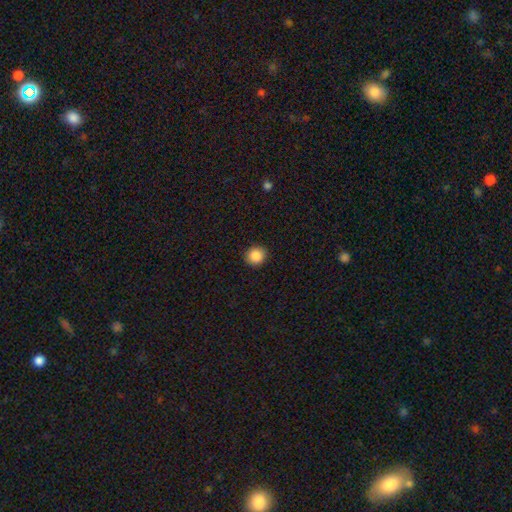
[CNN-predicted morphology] The model was most divided on "smooth or featured": smooth: 88%, star or artifact: 9%, featured or disk: 3%. More confident: merging — none (92%); how rounded — round (90%).